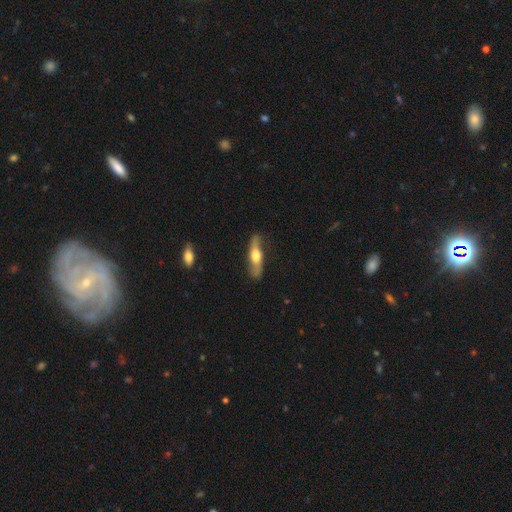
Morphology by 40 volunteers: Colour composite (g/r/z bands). It shows a featured or disk galaxy (60%) viewed edge-on (54%) with a rounded central bulge (100%). Merging: none (78%).